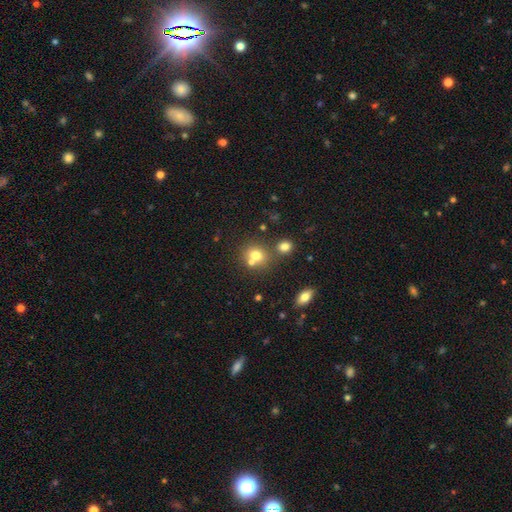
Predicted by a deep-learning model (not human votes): Smooth or featured: smooth — 71% (star or artifact — 15%)
How rounded: round — 77% (in between — 22%)
Merging: none — 54% (merger — 33%)